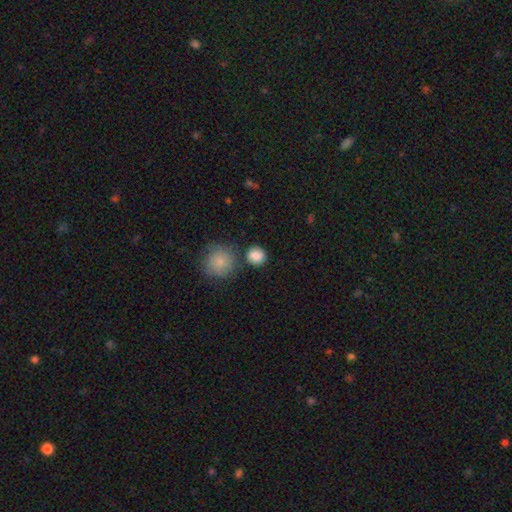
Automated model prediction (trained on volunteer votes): This is clearly a smooth galaxy (86%). How rounded: clearly round (84%). Merging: likely none (75%).